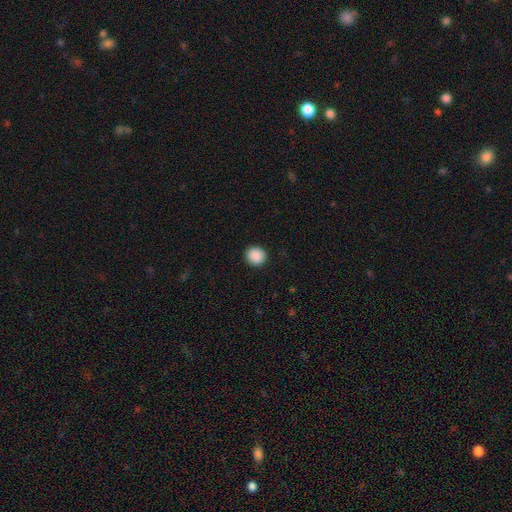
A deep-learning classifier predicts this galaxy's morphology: Smooth or featured: smooth — 90% (star or artifact — 8%)
How rounded: round — 88% (in between — 12%)
Merging: none — 92% (minor disturbance — 6%)